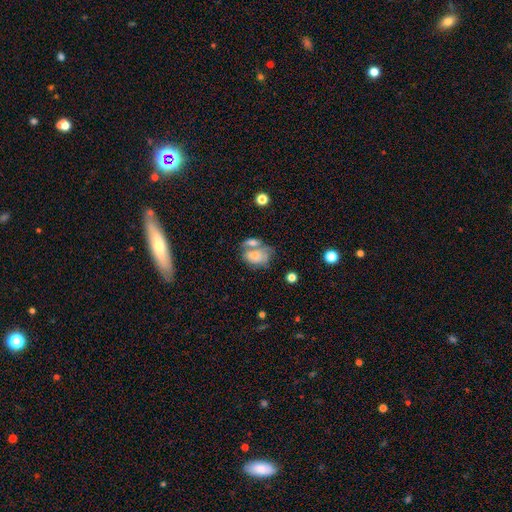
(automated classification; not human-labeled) Q: Smooth or featured?
A: smooth (66%); runner-up: featured or disk (26%)
Q: How rounded?
A: in between (77%); runner-up: round (21%)
Q: Merging?
A: merger (47%); runner-up: none (26%)